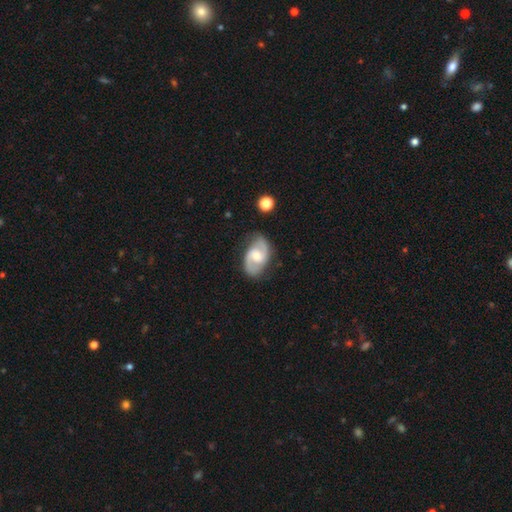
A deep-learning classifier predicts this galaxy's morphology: smooth_or_featured: featured or disk (p=0.84) [alt: smooth p=0.11]
disk_edge_on: no (p=0.97) [alt: yes p=0.03]
bar: weak (p=0.47) [alt: no p=0.42]
has_spiral_arms: yes (p=0.96) [alt: no p=0.04]
spiral_winding: medium (p=0.54) [alt: tight p=0.26]
spiral_arm_count: 2 (p=0.91) [alt: can't tell p=0.04]
bulge_size: moderate (p=0.59) [alt: small p=0.33]
merging: none (p=0.79) [alt: minor disturbance p=0.15]